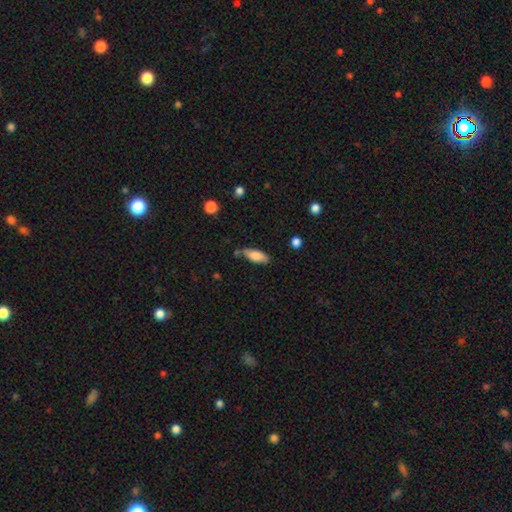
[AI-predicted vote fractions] smooth_or_featured: smooth (p=0.80) [alt: featured or disk p=0.13]
how_rounded: in between (p=0.75) [alt: cigar-shaped p=0.23]
merging: none (p=0.69) [alt: minor disturbance p=0.21]